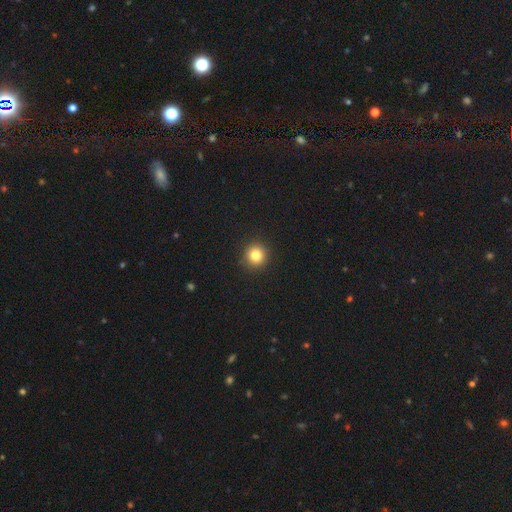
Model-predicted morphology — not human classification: Smooth or featured? Predicted: smooth (p=0.82). How rounded? Predicted: round (p=0.94). Merging? Predicted: none (p=0.92).